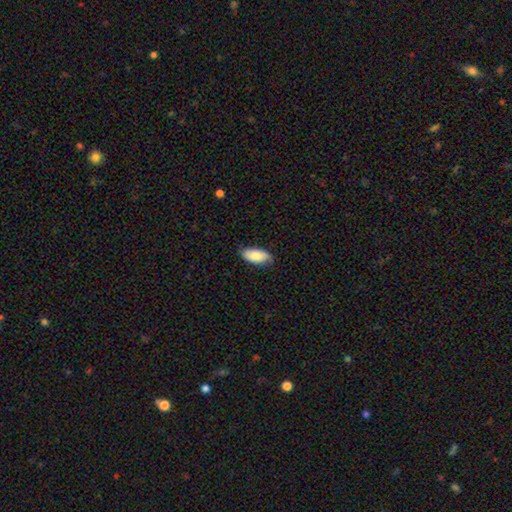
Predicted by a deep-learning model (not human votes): Smooth or featured: smooth — 80% (featured or disk — 14%)
How rounded: in between — 89% (cigar-shaped — 9%)
Merging: none — 78% (minor disturbance — 18%)